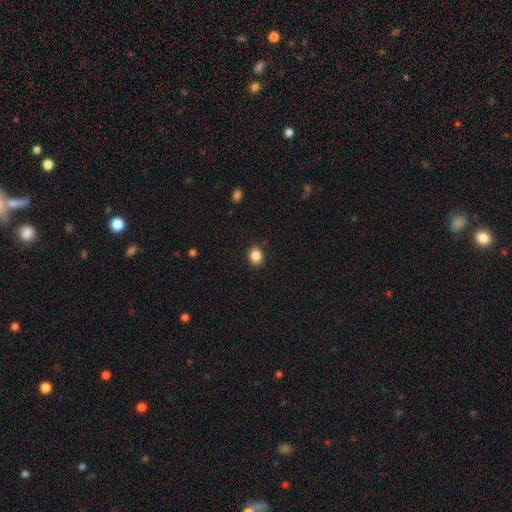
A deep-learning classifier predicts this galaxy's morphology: Smooth or featured: smooth — 86% (star or artifact — 10%)
How rounded: round — 56% (in between — 43%)
Merging: none — 89% (minor disturbance — 8%)